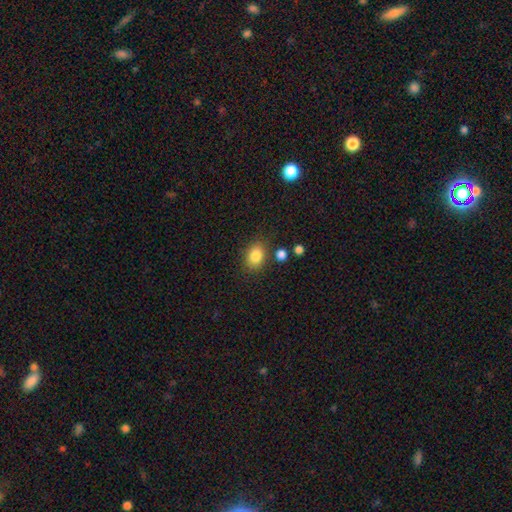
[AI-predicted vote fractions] Overall: smooth (84%). How rounded: in between (69%; round 29%). Merging: none (78%).